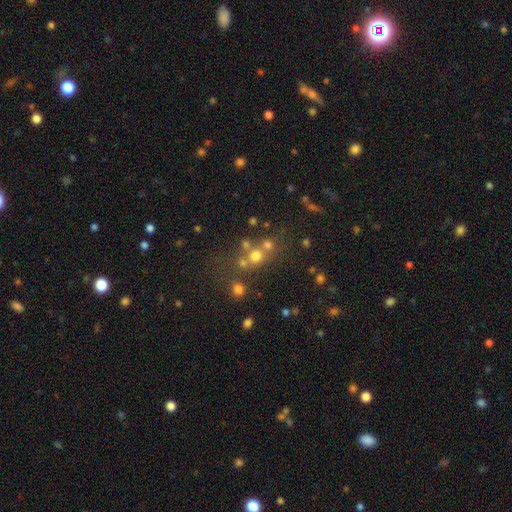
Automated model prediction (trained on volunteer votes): smooth-or-featured: smooth: 62% | star or artifact: 24% | featured or disk: 14%
  how-rounded: round: 83% | in between: 16% | cigar-shaped: 1%
  merging: none: 53% | merger: 32% | minor disturbance: 9% | major disturbance: 6%